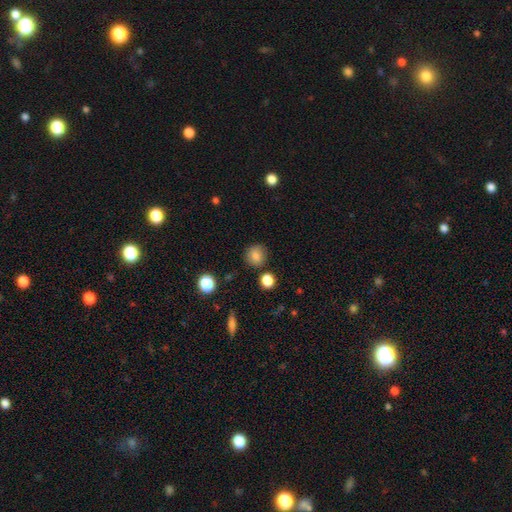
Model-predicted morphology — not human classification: smooth-or-featured: smooth: 83% | star or artifact: 11% | featured or disk: 7%
  how-rounded: round: 87% | in between: 12% | cigar-shaped: 1%
  merging: none: 84% | minor disturbance: 9% | merger: 4% | major disturbance: 3%